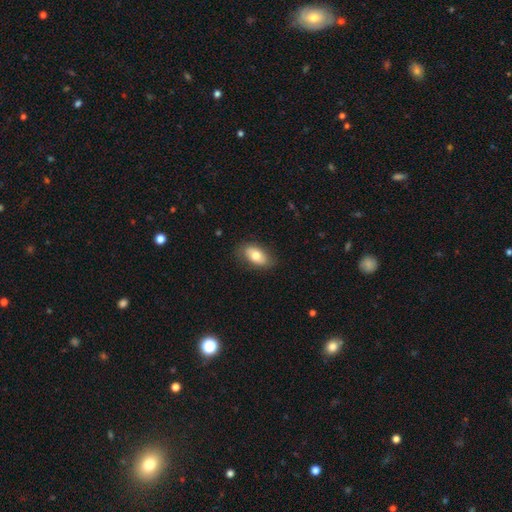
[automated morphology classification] Smooth or featured?
  - smooth: 74% *
  - featured or disk: 20%
  - star or artifact: 7%
How rounded?
  - in between: 91% *
  - round: 6%
  - cigar-shaped: 3%
Merging?
  - none: 80% *
  - minor disturbance: 16%
  - major disturbance: 4%
  - merger: 1%